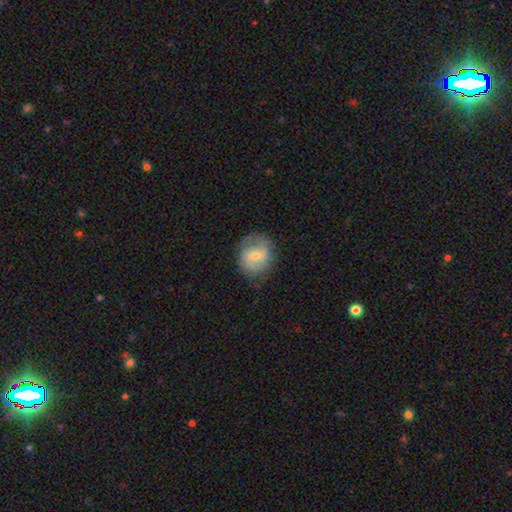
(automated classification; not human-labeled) The model was most divided on "bulge size": moderate: 49%, small: 45%, large: 3%, none: 2%, dominant: 1%. More confident: edge-on disk — no (97%); spiral arms — yes (79%); merging — none (70%); smooth or featured — featured or disk (54%); bar — weak (50%).